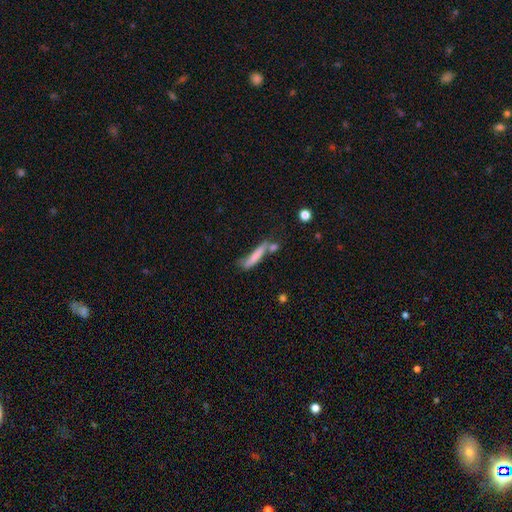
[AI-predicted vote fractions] Morphology: type=smooth (68%); roundness=cigar-shaped (88%); merging=none (44%).